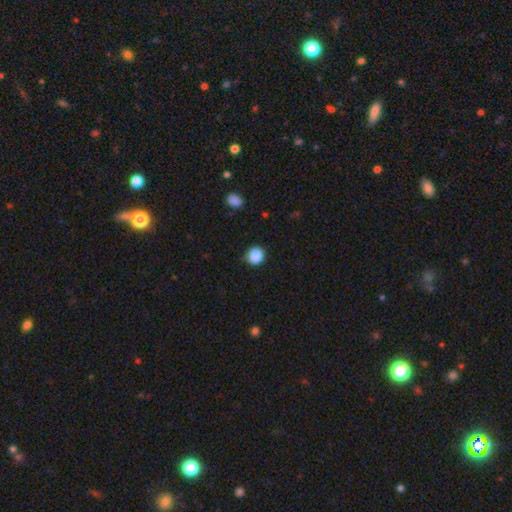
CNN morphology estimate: Smooth or featured?
  - smooth: 87% *
  - star or artifact: 10%
  - featured or disk: 3%
How rounded?
  - round: 88% *
  - in between: 11%
  - cigar-shaped: 1%
Merging?
  - none: 84% *
  - minor disturbance: 12%
  - major disturbance: 2%
  - merger: 1%